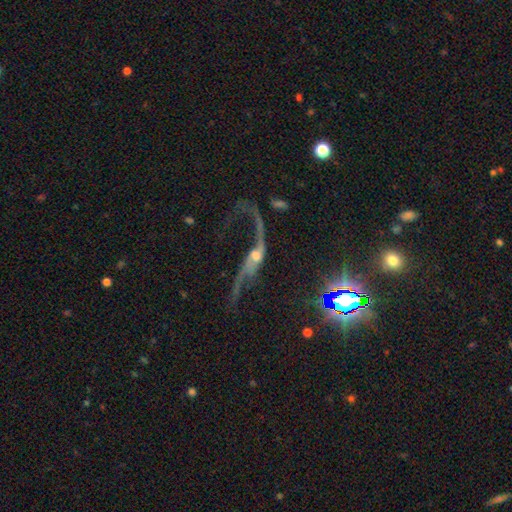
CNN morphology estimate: A featured or disk galaxy (82%) with no bar (58%), 2 (89%) loose (94%) spiral arms (91%) and a moderate central bulge (44%).

Vote fractions:
- Smooth or featured? featured or disk: 82% / star or artifact: 11% / smooth: 7%
- Edge-on disk? no: 85% / yes: 15%
- Bar? no: 58% / weak: 29% / strong: 13%
- Spiral arms? yes: 91% / no: 9%
- Spiral winding? loose: 94% / medium: 4% / tight: 2%
- Spiral arm count? 2: 89% / 1: 5% / can't tell: 2% / 3: 1% / 4: 1% / more than 4: 1%
- Bulge size? moderate: 44% / small: 39% / none: 8% / large: 7% / dominant: 3%
- Merging? none: 43% / major disturbance: 33% / minor disturbance: 15% / merger: 9%